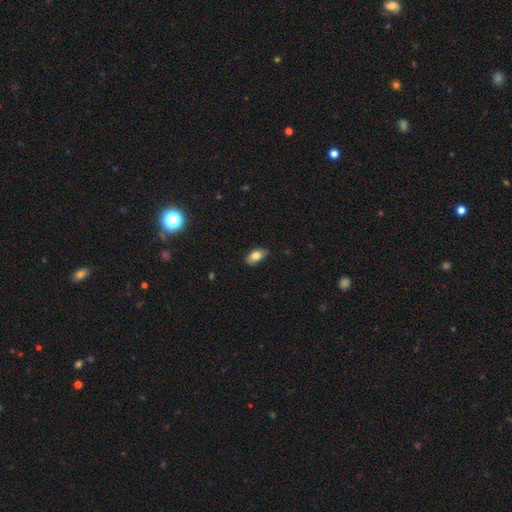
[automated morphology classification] Overall: smooth (79%). How rounded: in between (92%). Merging: none (80%).